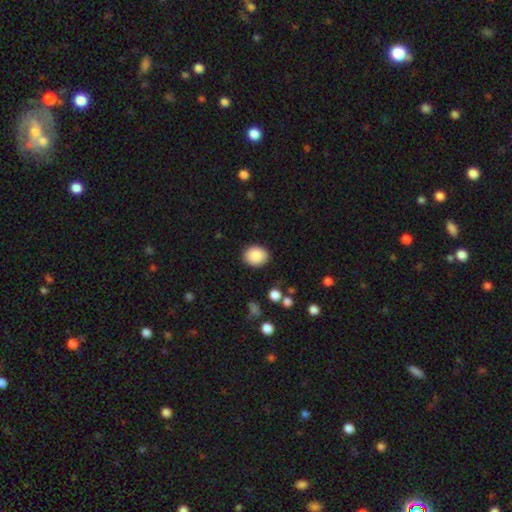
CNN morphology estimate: Overall: smooth (88%). How rounded: round (59%; in between 40%). Merging: none (89%).